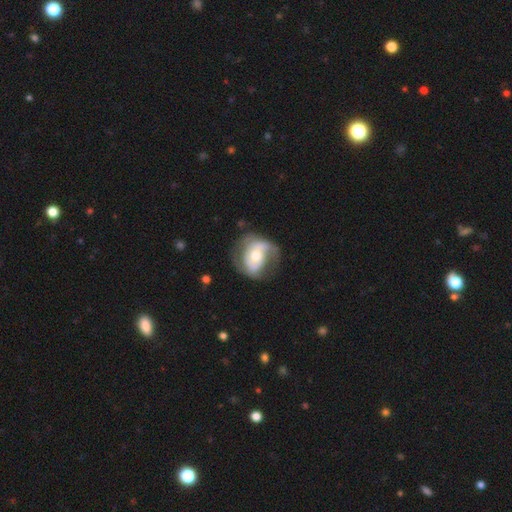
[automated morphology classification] Smooth or featured? featured or disk (66%)
Edge-on disk? no (97%)
Bar? no (60%)
Spiral arms? yes (76%)
Bulge size? moderate (64%)
Merging? none (49%)